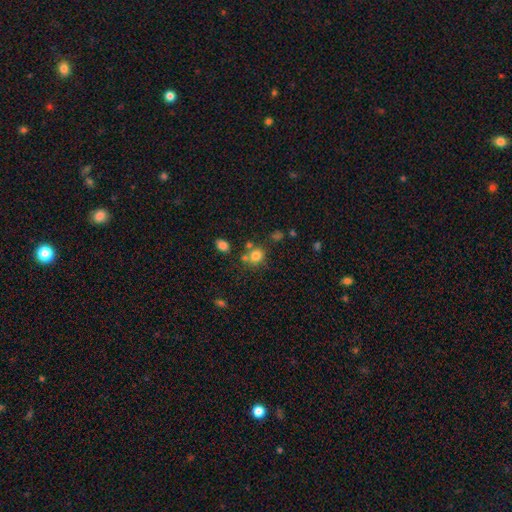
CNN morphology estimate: The model was most divided on "merging": none: 60%, merger: 21%, minor disturbance: 14%, major disturbance: 5%. More confident: smooth or featured — smooth (78%); how rounded — round (72%).